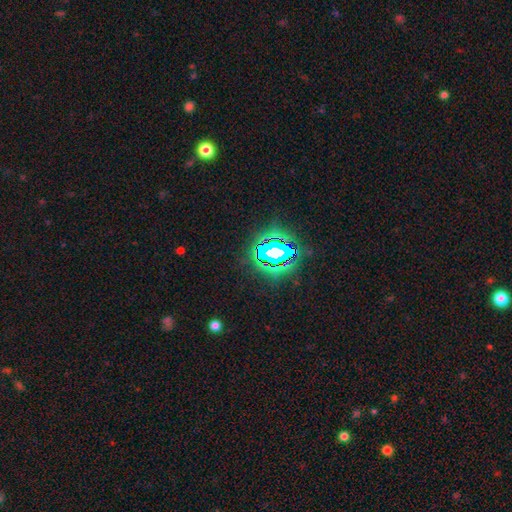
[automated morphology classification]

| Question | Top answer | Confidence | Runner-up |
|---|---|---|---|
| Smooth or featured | star or artifact | 83% | smooth (10%) |